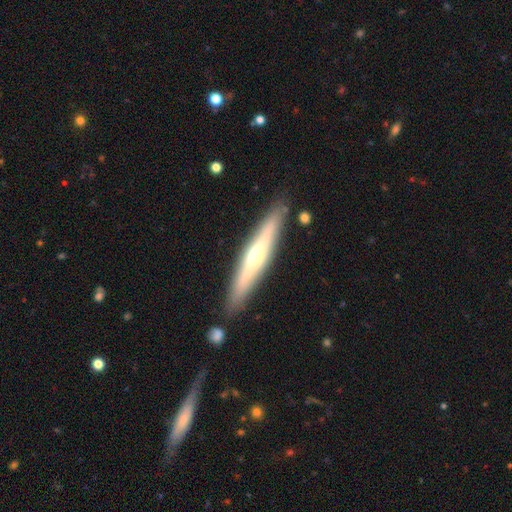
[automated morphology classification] Overall: featured or disk (63%; smooth 31%). Edge-on disk: yes (93%). Edge-on bulge: rounded (84%). Merging: none (87%).